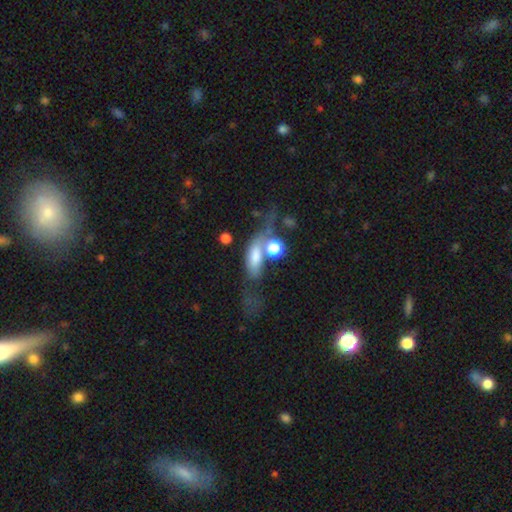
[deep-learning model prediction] This is possibly a smooth galaxy (59%). How rounded: likely in between (67%). Merging: marginally none (29%).